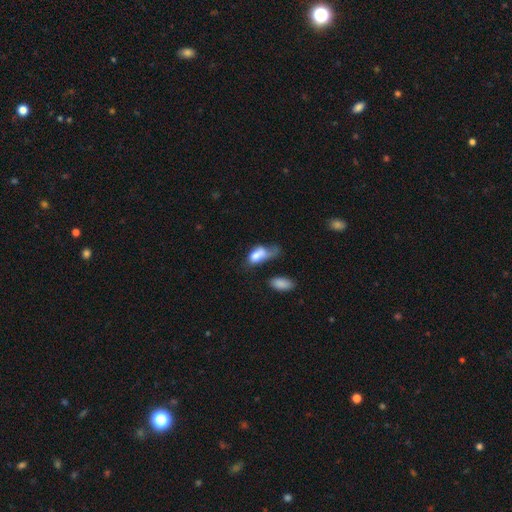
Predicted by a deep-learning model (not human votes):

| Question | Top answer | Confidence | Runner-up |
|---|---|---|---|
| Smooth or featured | smooth | 70% | featured or disk (21%) |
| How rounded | in between | 87% | round (7%) |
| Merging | major disturbance | 40% | minor disturbance (23%) |